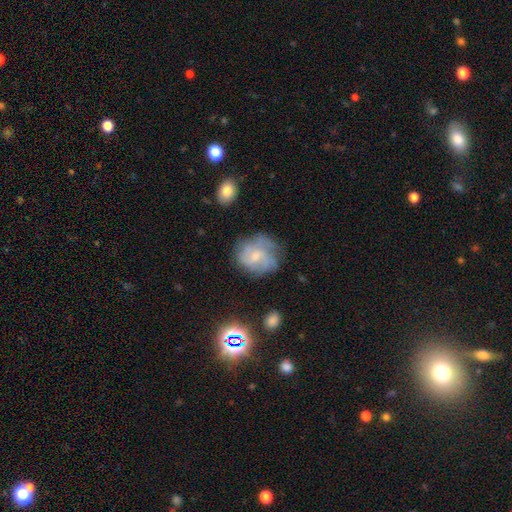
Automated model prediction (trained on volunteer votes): A featured or disk galaxy (56%) with no bar (64%), spiral arms (79%) and a small central bulge (50%). Merging: none (60%).